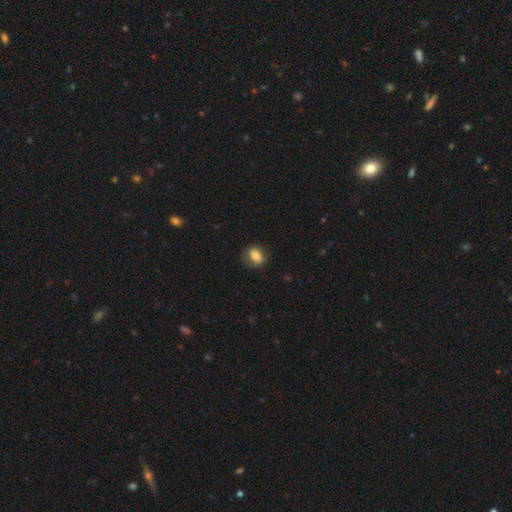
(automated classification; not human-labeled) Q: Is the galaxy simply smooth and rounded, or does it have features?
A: smooth — 75%.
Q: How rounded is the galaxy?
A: in between — 77%.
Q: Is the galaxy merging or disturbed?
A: none — 68%.